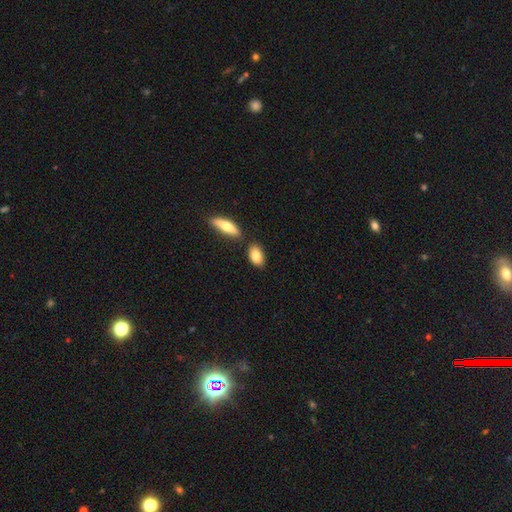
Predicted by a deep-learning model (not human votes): Smooth or featured: smooth — 81% (featured or disk — 12%)
How rounded: in between — 88% (round — 7%)
Merging: none — 74% (merger — 12%)